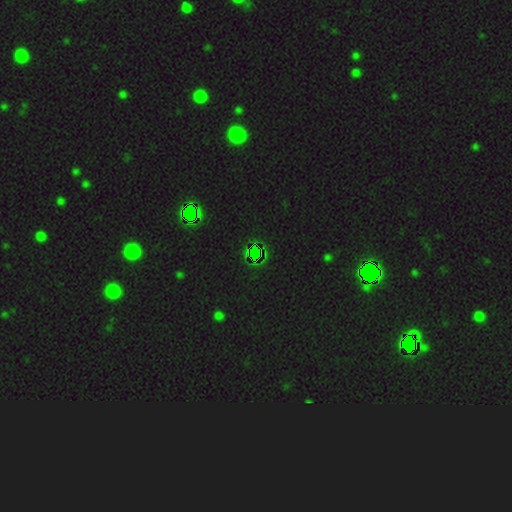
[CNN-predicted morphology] Smooth or featured: star or artifact — 83% (smooth — 10%)